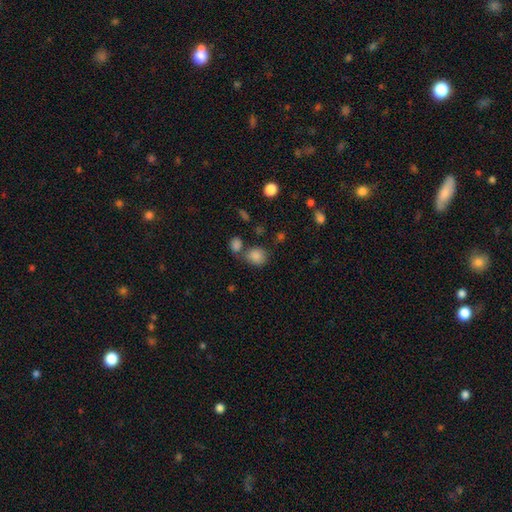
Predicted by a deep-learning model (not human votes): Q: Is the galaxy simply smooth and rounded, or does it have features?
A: smooth — 84%.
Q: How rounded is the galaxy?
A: round — 64%.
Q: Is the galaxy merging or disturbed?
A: none — 58%.